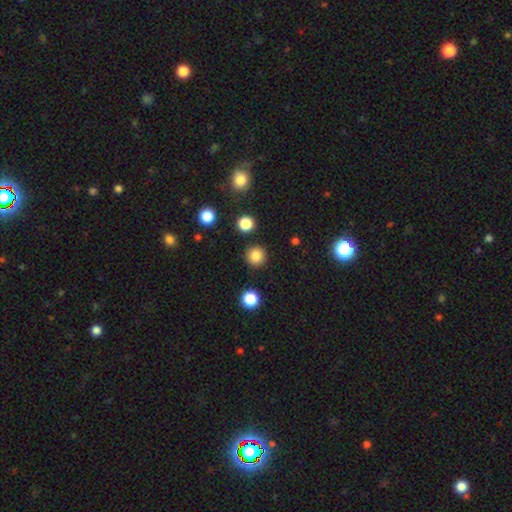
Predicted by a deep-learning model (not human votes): smooth-or-featured: smooth: 84% | star or artifact: 12% | featured or disk: 5%
  how-rounded: round: 95% | in between: 4% | cigar-shaped: 1%
  merging: none: 91% | minor disturbance: 5% | merger: 2% | major disturbance: 2%